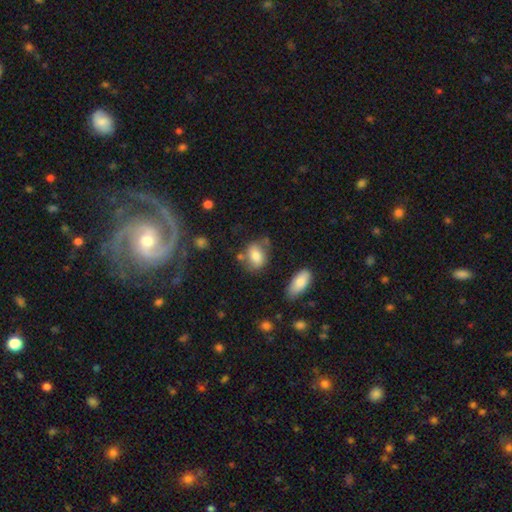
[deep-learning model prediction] A smooth galaxy with no disk features (74%) that is in between round and cigar-shaped (78%).

Vote fractions:
- Smooth or featured? smooth: 74% / featured or disk: 18% / star or artifact: 8%
- How rounded? in between: 78% / round: 20% / cigar-shaped: 3%
- Merging? none: 59% / minor disturbance: 24% / merger: 9% / major disturbance: 8%